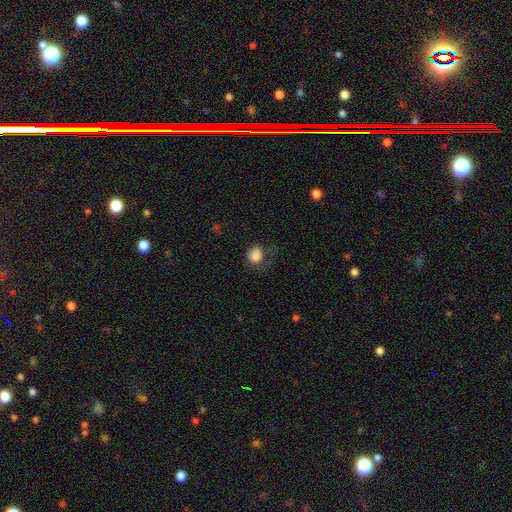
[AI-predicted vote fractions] smooth_or_featured: smooth (p=0.83) [alt: star or artifact p=0.10]
how_rounded: round (p=0.65) [alt: in between p=0.34]
merging: none (p=0.47) [alt: major disturbance p=0.27]